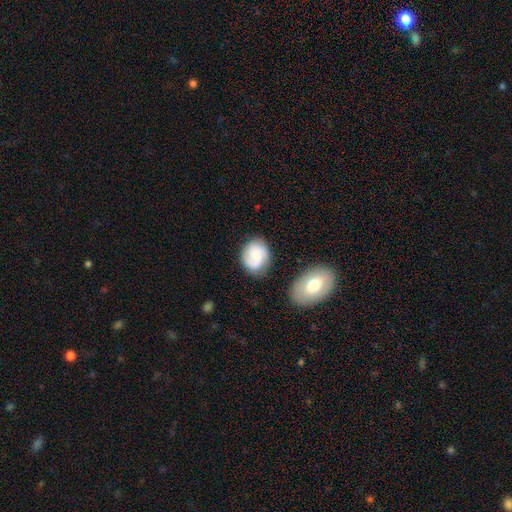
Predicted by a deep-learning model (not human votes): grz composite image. It shows a smooth galaxy with no disk features (47%). Merging: none (70%).